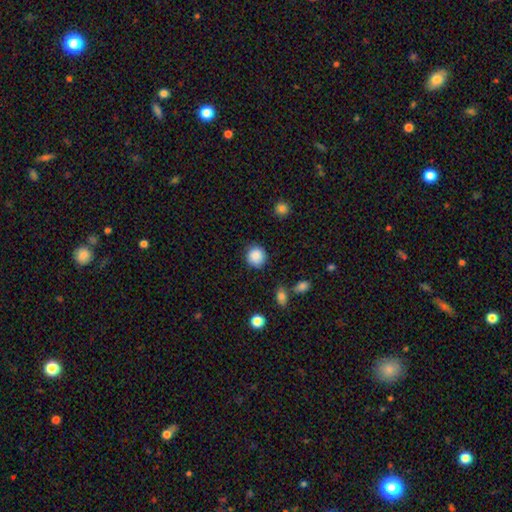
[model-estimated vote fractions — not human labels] Morphology: type=smooth (87%); roundness=round (91%); merging=none (87%).